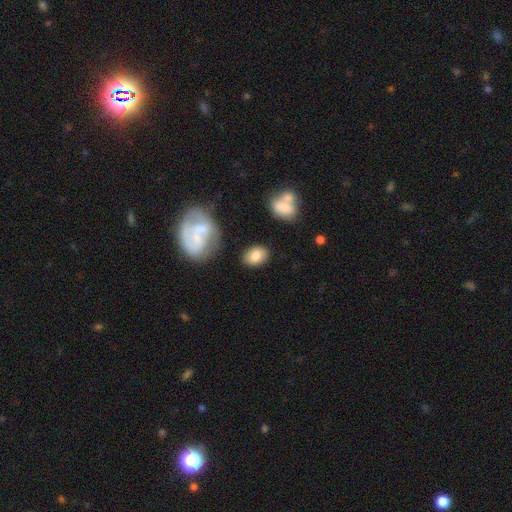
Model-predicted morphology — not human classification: smooth_or_featured: smooth (p=0.81) [alt: featured or disk p=0.12]
how_rounded: in between (p=0.76) [alt: round p=0.23]
merging: none (p=0.79) [alt: minor disturbance p=0.12]